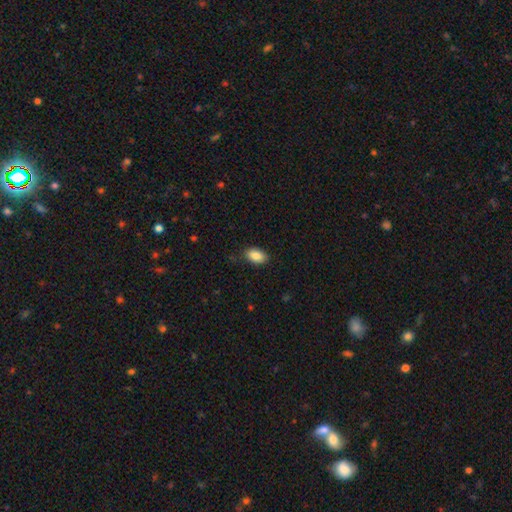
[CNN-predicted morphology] smooth_or_featured: smooth (p=0.86) [alt: star or artifact p=0.08]
how_rounded: in between (p=0.91) [alt: round p=0.07]
merging: none (p=0.84) [alt: minor disturbance p=0.13]